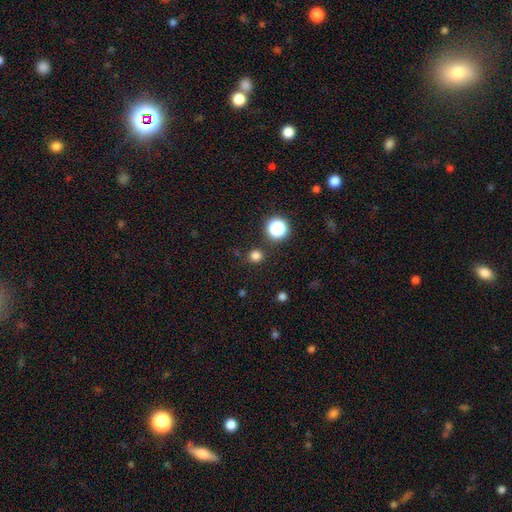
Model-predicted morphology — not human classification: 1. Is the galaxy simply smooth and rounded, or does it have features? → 77% smooth, 19% star or artifact, 4% featured or disk.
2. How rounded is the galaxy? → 92% round, 7% in between, 1% cigar-shaped.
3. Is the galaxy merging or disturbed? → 88% none, 7% minor disturbance, 3% merger, 3% major disturbance.